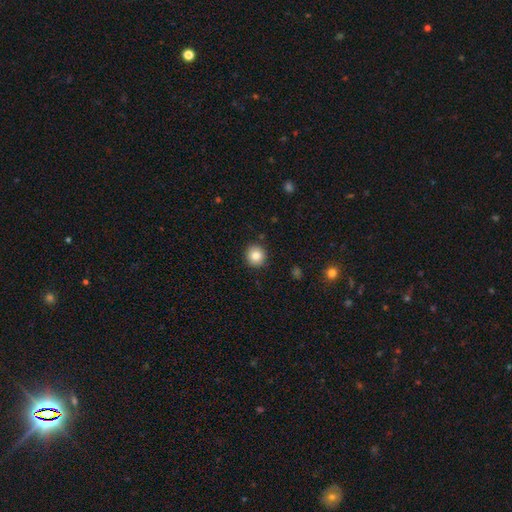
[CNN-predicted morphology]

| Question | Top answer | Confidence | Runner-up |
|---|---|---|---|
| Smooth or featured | smooth | 83% | star or artifact (10%) |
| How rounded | round | 93% | in between (6%) |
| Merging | none | 91% | minor disturbance (6%) |